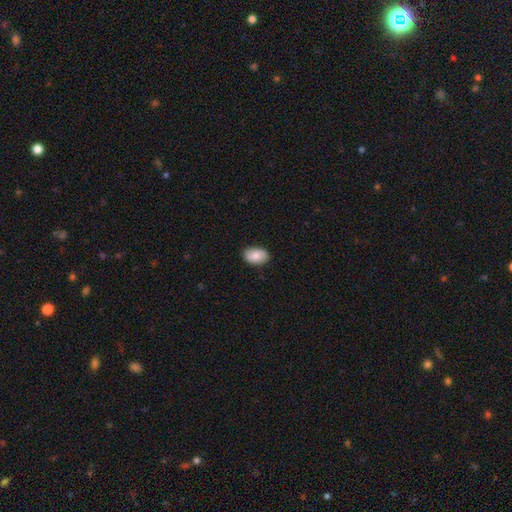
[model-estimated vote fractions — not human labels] Smooth or featured? smooth (83%)
How rounded? in between (89%)
Merging? none (86%)